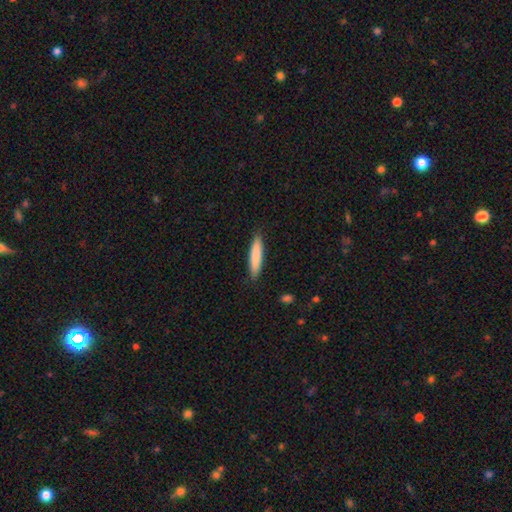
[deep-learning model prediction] Morphology: type=smooth (83%); roundness=cigar-shaped (87%); merging=none (89%).